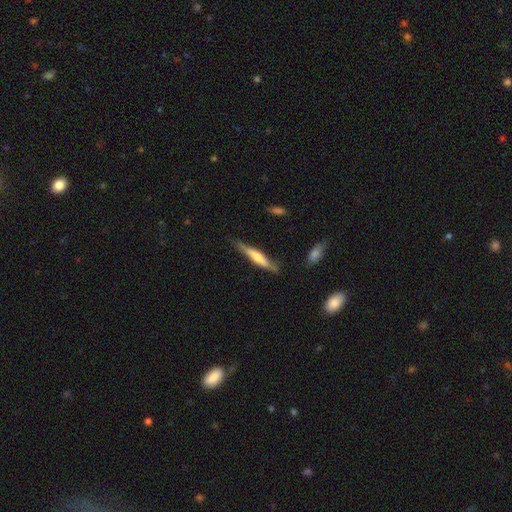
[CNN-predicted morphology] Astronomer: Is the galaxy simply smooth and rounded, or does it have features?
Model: smooth — 48% (runner-up: featured or disk, 46%).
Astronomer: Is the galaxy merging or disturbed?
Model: none — 76%.